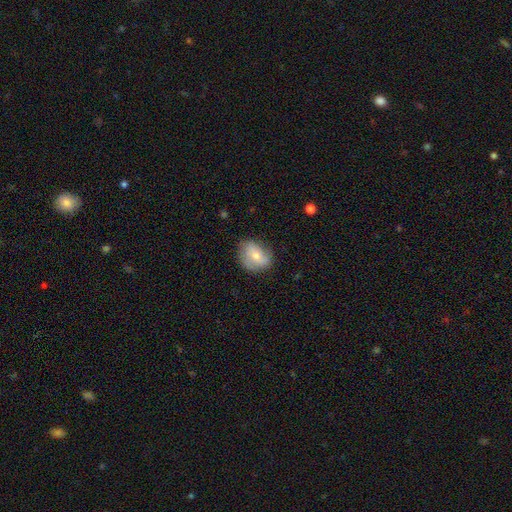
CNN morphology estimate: type=smooth (55%); roundness=in between (53%); merging=none (65%).